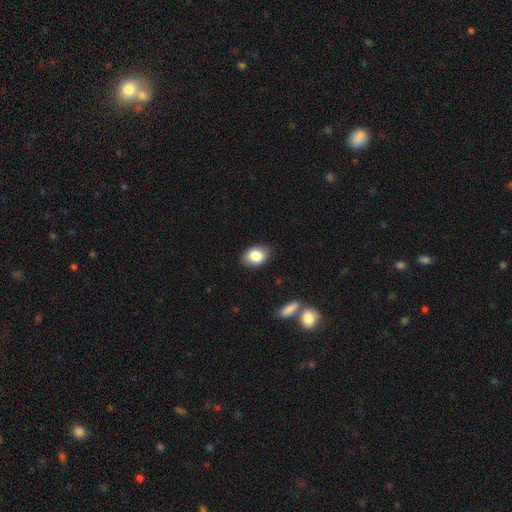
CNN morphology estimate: A smooth galaxy with no disk features (84%) that is in between round and cigar-shaped (74%). Merging: none (83%).